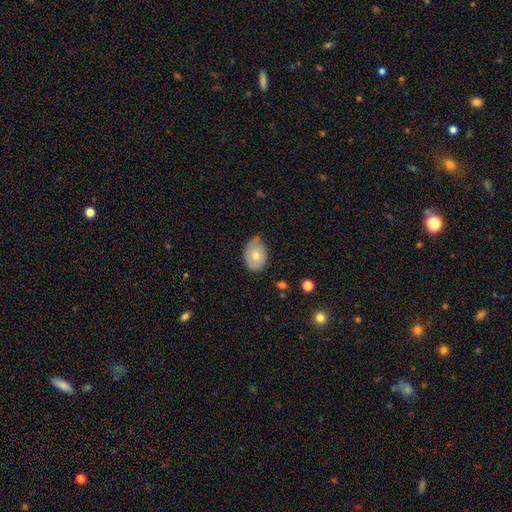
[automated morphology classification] Smooth or featured?
  - smooth: 67% *
  - featured or disk: 25%
  - star or artifact: 7%
How rounded?
  - in between: 78% *
  - round: 21%
  - cigar-shaped: 1%
Merging?
  - none: 53% *
  - minor disturbance: 37%
  - major disturbance: 7%
  - merger: 3%